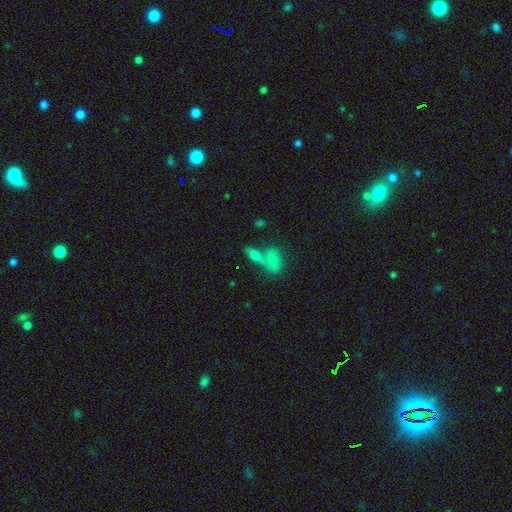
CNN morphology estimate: Smooth or featured?
  - smooth: 67% *
  - featured or disk: 21%
  - star or artifact: 12%
How rounded?
  - in between: 74% *
  - cigar-shaped: 13%
  - round: 13%
Merging?
  - merger: 56% *
  - none: 31%
  - minor disturbance: 8%
  - major disturbance: 5%